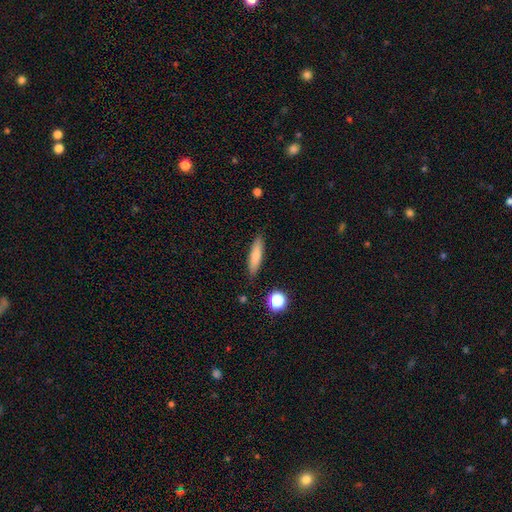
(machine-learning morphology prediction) Smooth or featured? Predicted: smooth (p=0.77). How rounded? Predicted: cigar-shaped (p=0.76). Merging? Predicted: none (p=0.87).